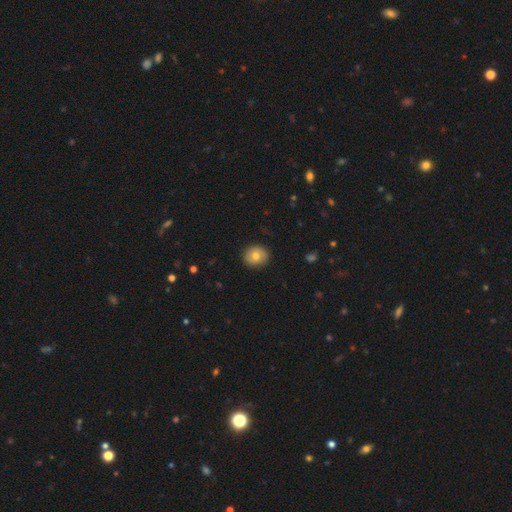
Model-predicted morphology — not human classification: Smooth or featured: smooth — 72% (featured or disk — 20%)
How rounded: round — 75% (in between — 24%)
Merging: none — 87% (minor disturbance — 10%)